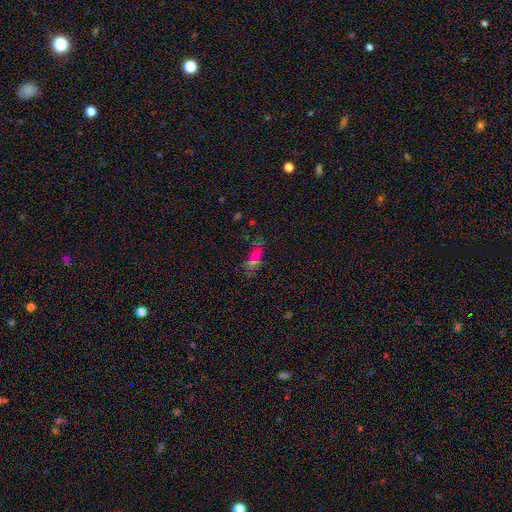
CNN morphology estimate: smooth_or_featured: smooth (p=0.49) [alt: star or artifact p=0.31]
merging: none (p=0.59) [alt: minor disturbance p=0.16]